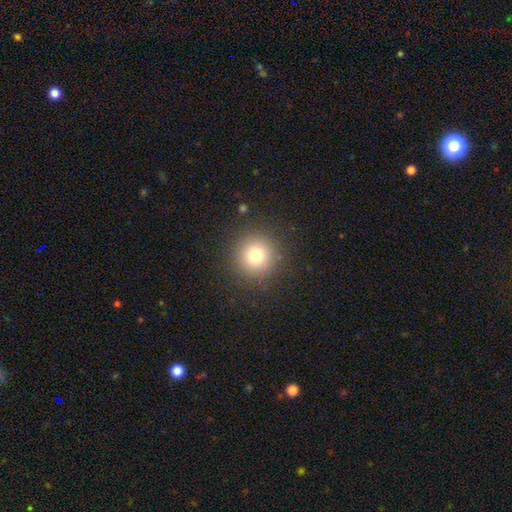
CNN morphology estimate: A smooth galaxy with no disk features (78%) that is round (95%). Merging: none (89%).